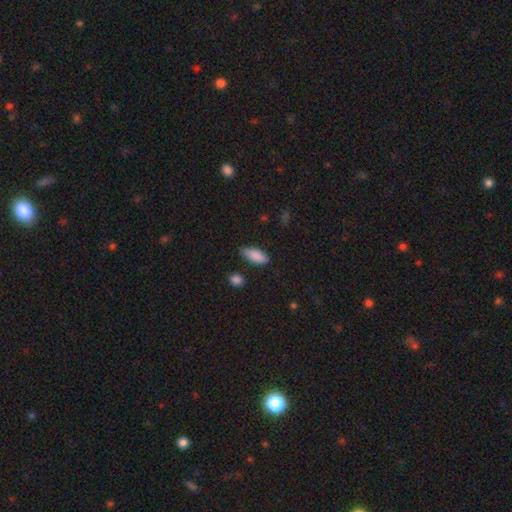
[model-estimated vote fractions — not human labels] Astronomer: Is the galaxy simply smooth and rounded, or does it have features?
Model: smooth — 88%.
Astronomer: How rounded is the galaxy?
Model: in between — 88%.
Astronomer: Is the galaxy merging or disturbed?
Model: none — 78%.